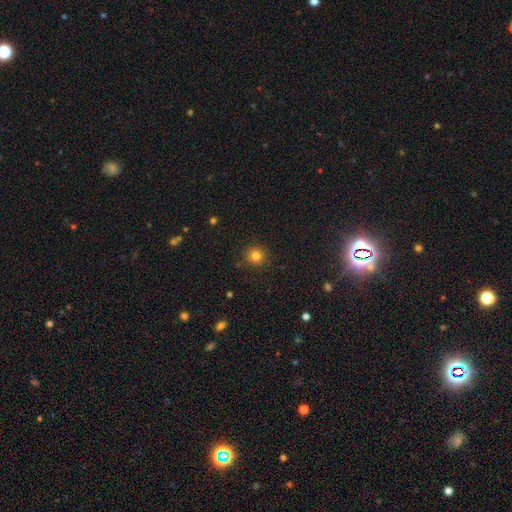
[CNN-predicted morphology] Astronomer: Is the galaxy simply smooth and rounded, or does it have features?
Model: smooth — 82%.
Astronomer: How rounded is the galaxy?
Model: round — 90%.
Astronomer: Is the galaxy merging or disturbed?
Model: none — 89%.